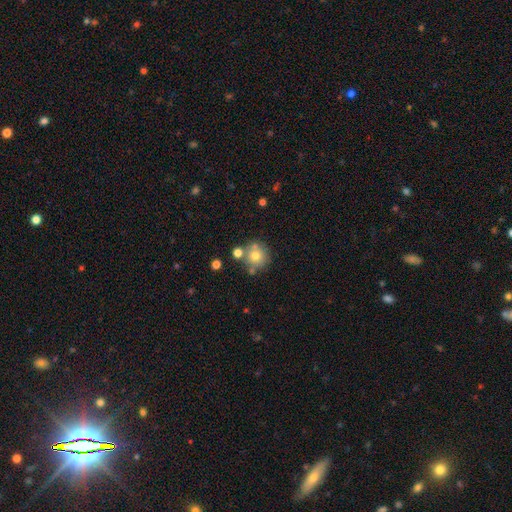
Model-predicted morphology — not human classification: Overall: smooth (72%). How rounded: round (91%). Merging: none (66%).